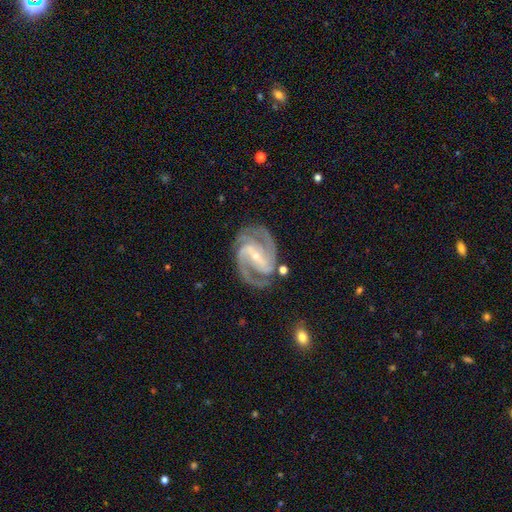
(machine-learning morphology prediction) smooth_or_featured: featured or disk (p=0.93) [alt: star or artifact p=0.04]
disk_edge_on: no (p=0.98) [alt: yes p=0.02]
bar: strong (p=0.61) [alt: weak p=0.28]
has_spiral_arms: yes (p=0.99) [alt: no p=0.01]
spiral_winding: medium (p=0.54) [alt: tight p=0.38]
spiral_arm_count: 2 (p=0.68) [alt: 3 p=0.20]
bulge_size: small (p=0.74) [alt: moderate p=0.23]
merging: none (p=0.77) [alt: minor disturbance p=0.14]